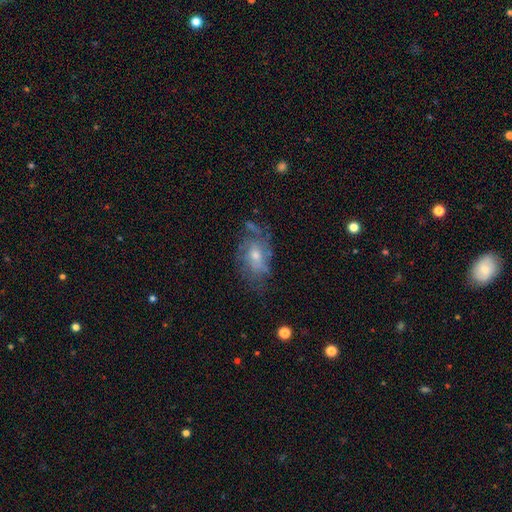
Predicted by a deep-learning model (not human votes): Q: Smooth or featured?
A: featured or disk (61%); runner-up: smooth (29%)
Q: Edge-on disk?
A: no (94%); runner-up: yes (6%)
Q: Bar?
A: no (71%); runner-up: weak (25%)
Q: Spiral arms?
A: yes (64%); runner-up: no (36%)
Q: Bulge size?
A: moderate (51%); runner-up: small (42%)
Q: Merging?
A: none (52%); runner-up: minor disturbance (25%)